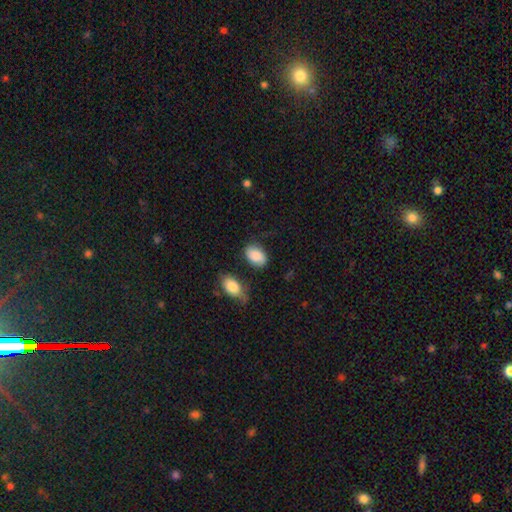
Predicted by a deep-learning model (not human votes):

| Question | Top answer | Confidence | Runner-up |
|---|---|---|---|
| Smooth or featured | smooth | 85% | featured or disk (8%) |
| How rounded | in between | 86% | round (12%) |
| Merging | none | 68% | minor disturbance (21%) |